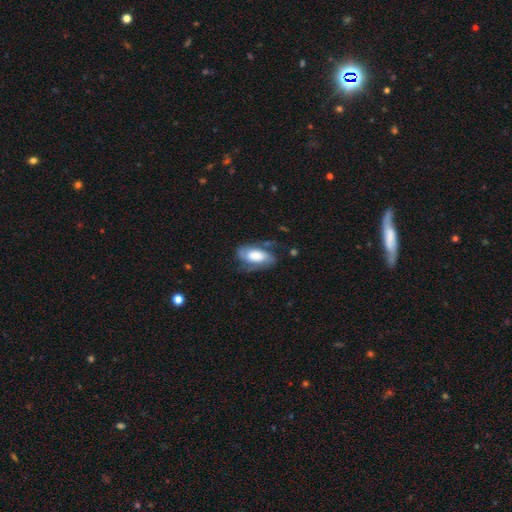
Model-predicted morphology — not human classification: smooth_or_featured: featured or disk (p=0.59) [alt: smooth p=0.34]
disk_edge_on: no (p=0.93) [alt: yes p=0.07]
bar: no (p=0.63) [alt: weak p=0.25]
has_spiral_arms: yes (p=0.85) [alt: no p=0.15]
bulge_size: large (p=0.47) [alt: moderate p=0.26]
merging: none (p=0.58) [alt: minor disturbance p=0.25]